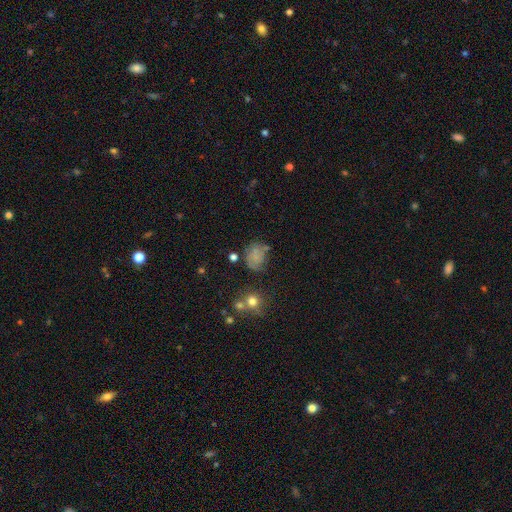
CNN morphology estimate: This is likely a smooth galaxy (66%). How rounded: possibly round (52%). Merging: possibly none (54%).